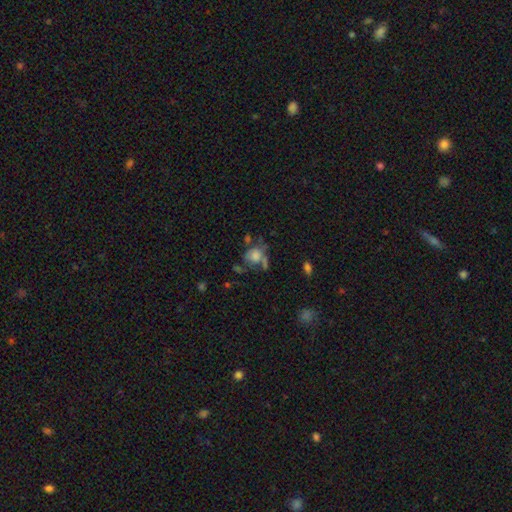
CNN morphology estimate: Smooth or featured?
  - smooth: 58% *
  - featured or disk: 30%
  - star or artifact: 12%
How rounded?
  - round: 57% *
  - in between: 41%
  - cigar-shaped: 2%
Merging?
  - none: 33% *
  - major disturbance: 27%
  - minor disturbance: 20%
  - merger: 20%